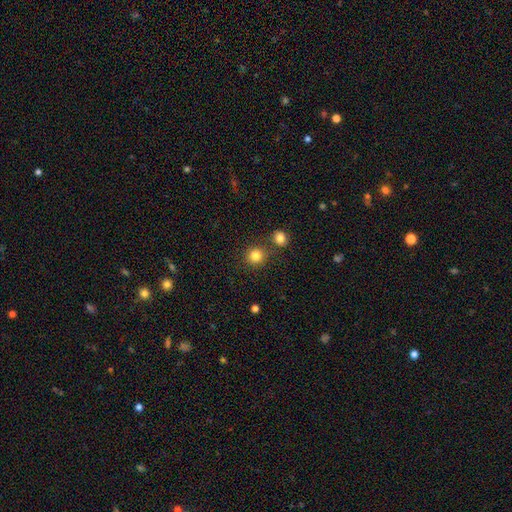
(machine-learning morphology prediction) smooth_or_featured: smooth (p=0.82) [alt: star or artifact p=0.13]
how_rounded: round (p=0.92) [alt: in between p=0.07]
merging: none (p=0.78) [alt: merger p=0.12]